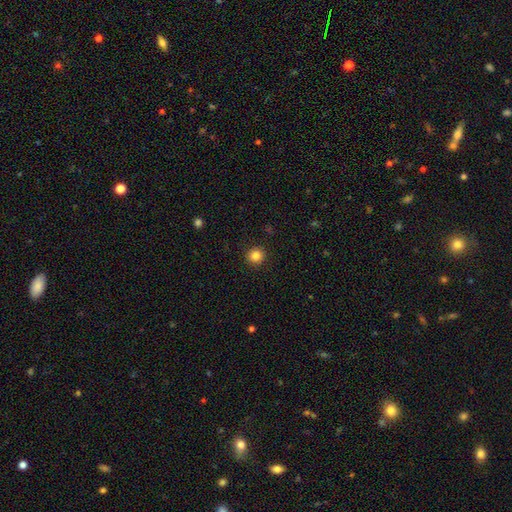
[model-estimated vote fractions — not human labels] smooth_or_featured: smooth (p=0.84) [alt: star or artifact p=0.11]
how_rounded: round (p=0.93) [alt: in between p=0.06]
merging: none (p=0.93) [alt: minor disturbance p=0.05]